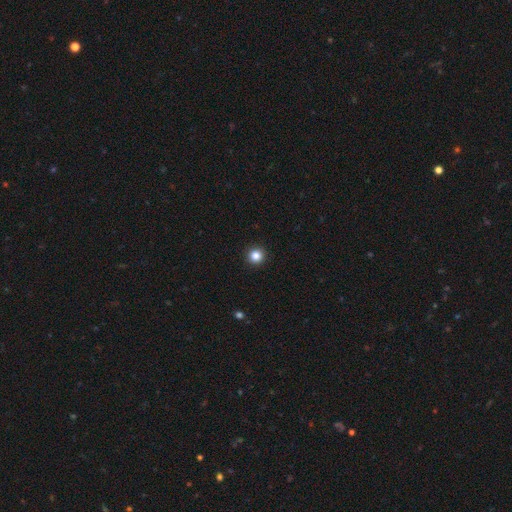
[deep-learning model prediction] Smooth or featured? Predicted: smooth (p=0.85). How rounded? Predicted: round (p=0.96). Merging? Predicted: none (p=0.94).